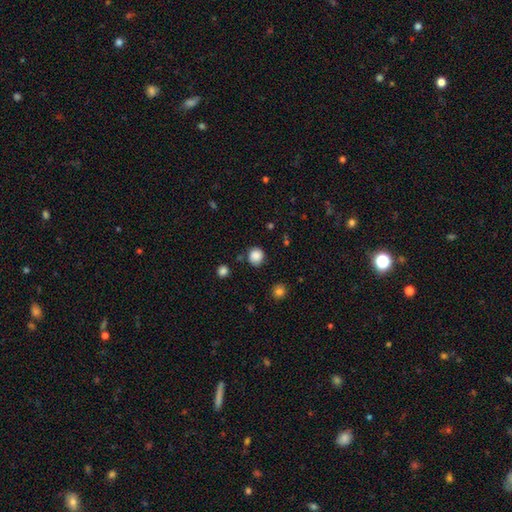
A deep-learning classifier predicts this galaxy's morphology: Overall: smooth (86%). How rounded: round (90%). Merging: none (84%).